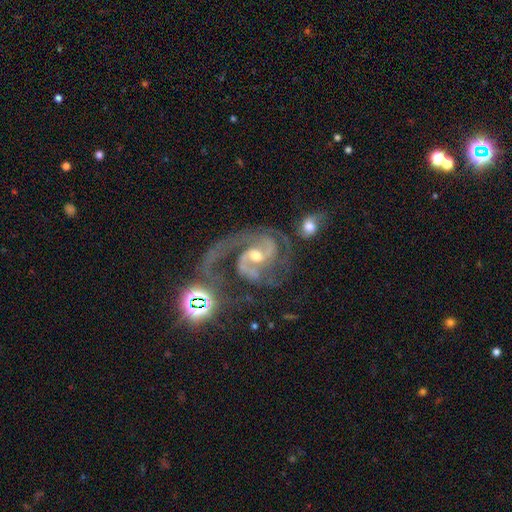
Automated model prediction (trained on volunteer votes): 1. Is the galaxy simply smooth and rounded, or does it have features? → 90% featured or disk, 7% star or artifact, 4% smooth.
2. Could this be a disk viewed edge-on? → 98% no, 2% yes.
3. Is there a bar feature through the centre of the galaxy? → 43% weak, 39% no, 17% strong.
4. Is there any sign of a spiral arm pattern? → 97% yes, 3% no.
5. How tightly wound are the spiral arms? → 54% medium, 28% tight, 18% loose.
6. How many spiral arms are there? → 66% 2, 12% 3, 8% 1, 8% can't tell, 3% 4, 3% more than 4.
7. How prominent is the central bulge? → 58% moderate, 36% small, 3% large, 2% none, 1% dominant.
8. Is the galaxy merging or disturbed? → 39% none, 30% major disturbance, 18% minor disturbance, 13% merger.